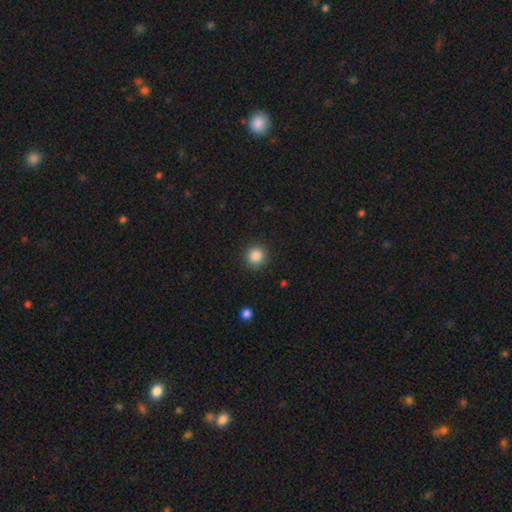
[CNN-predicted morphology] Q: Smooth or featured?
A: smooth (86%); runner-up: star or artifact (10%)
Q: How rounded?
A: round (92%); runner-up: in between (7%)
Q: Merging?
A: none (91%); runner-up: minor disturbance (6%)